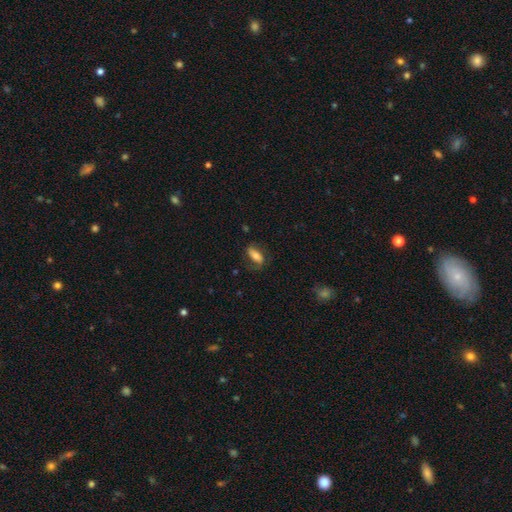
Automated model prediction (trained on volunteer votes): smooth 63%, featured or disk 30%, star or artifact 7%. Down the decision tree: how rounded — in between (76%); merging — none (66%).